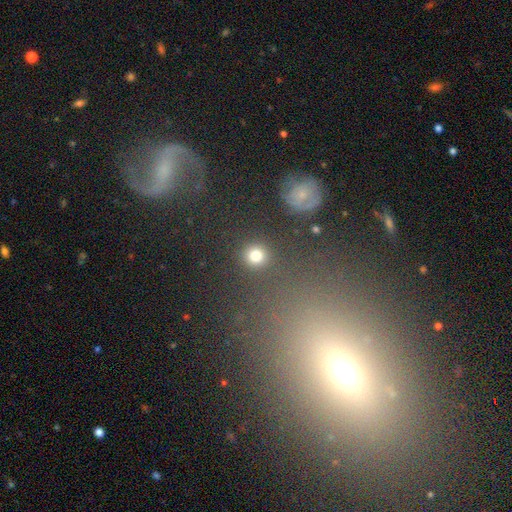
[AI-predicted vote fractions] A smooth galaxy with no disk features (80%) that is round (90%). Merging: none (88%).